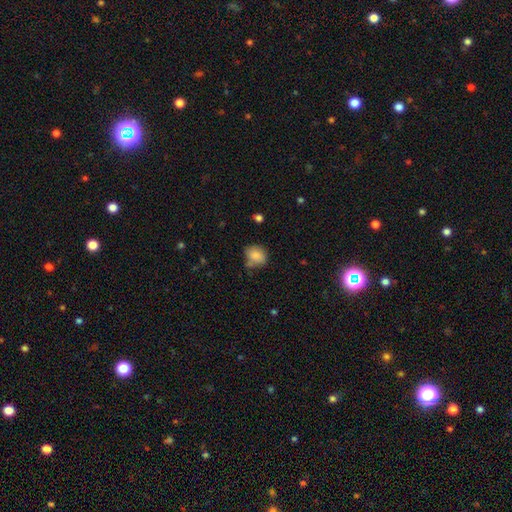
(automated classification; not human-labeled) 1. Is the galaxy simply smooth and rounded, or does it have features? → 83% smooth, 9% star or artifact, 7% featured or disk.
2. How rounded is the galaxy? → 58% round, 41% in between, 1% cigar-shaped.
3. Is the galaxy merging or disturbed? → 58% none, 28% minor disturbance, 7% major disturbance, 7% merger.